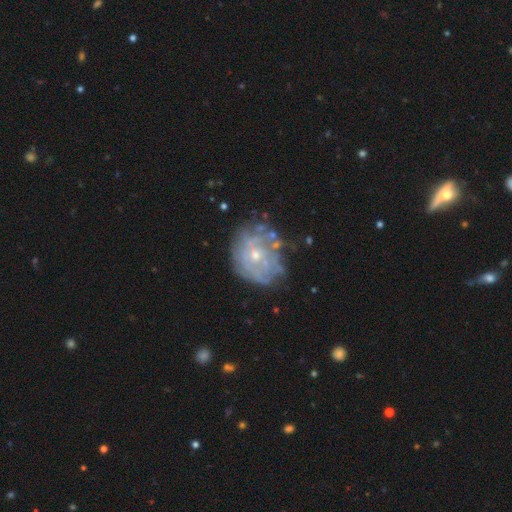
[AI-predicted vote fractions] The model was most divided on "spiral arms": no: 54%, yes: 46%. More confident: edge-on disk — no (97%); bar — no (83%); smooth or featured — featured or disk (70%); merging — none (61%); bulge size — small (60%).